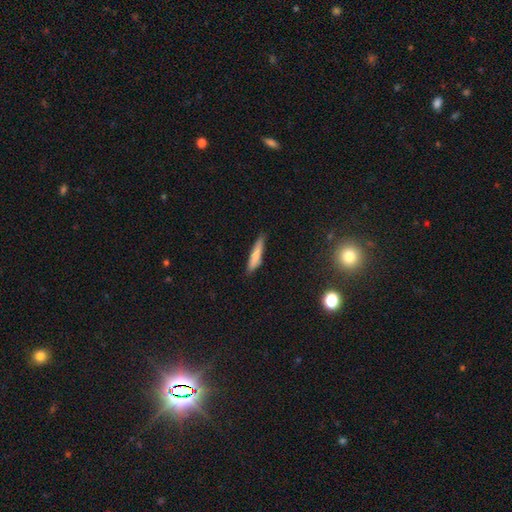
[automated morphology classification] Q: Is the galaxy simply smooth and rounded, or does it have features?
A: smooth — 77%.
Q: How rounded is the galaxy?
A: cigar-shaped — 87%.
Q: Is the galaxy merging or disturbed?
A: none — 78%.